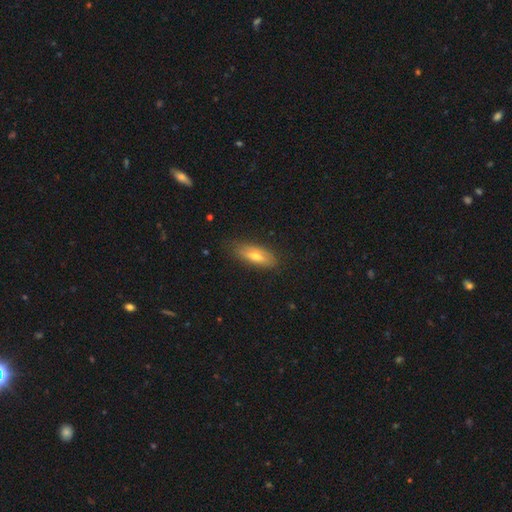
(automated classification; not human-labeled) smooth_or_featured: smooth (p=0.59) [alt: featured or disk p=0.33]
how_rounded: in between (p=0.62) [alt: cigar-shaped p=0.35]
merging: none (p=0.80) [alt: minor disturbance p=0.16]